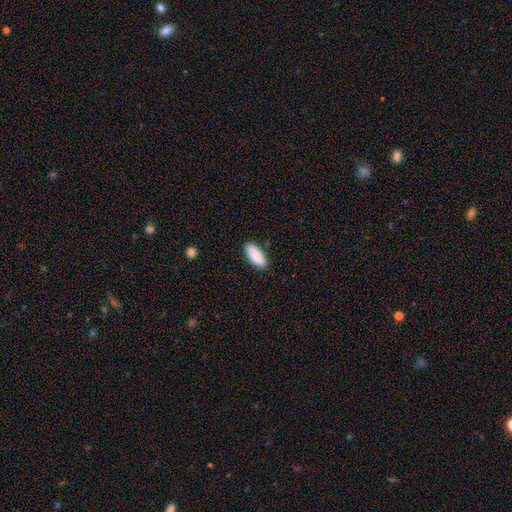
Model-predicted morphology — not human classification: Overall: smooth (89%). How rounded: in between (82%). Merging: none (86%).